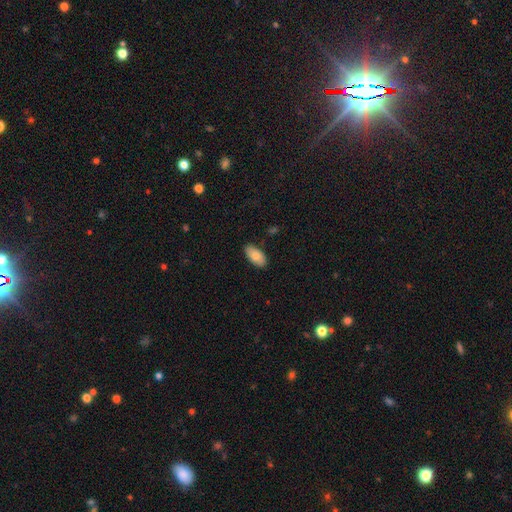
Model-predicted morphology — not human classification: This appears to be a smooth galaxy with no disk features (83%) that is in between round and cigar-shaped (94%). Merging: none (86%).